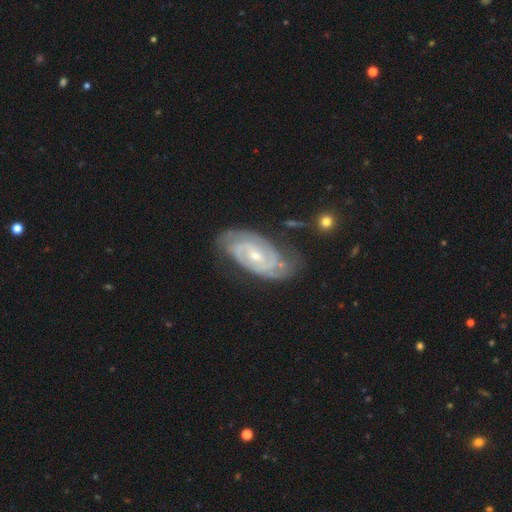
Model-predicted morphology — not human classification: Overall: featured or disk (89%). Edge-on disk: no (96%). Bar: no (45%; weak 41%). Spiral arms: yes (97%). Spiral arm count: 2 (62%). Spiral winding: tight (68%). Bulge size: small (62%; moderate 35%). Merging: none (69%).